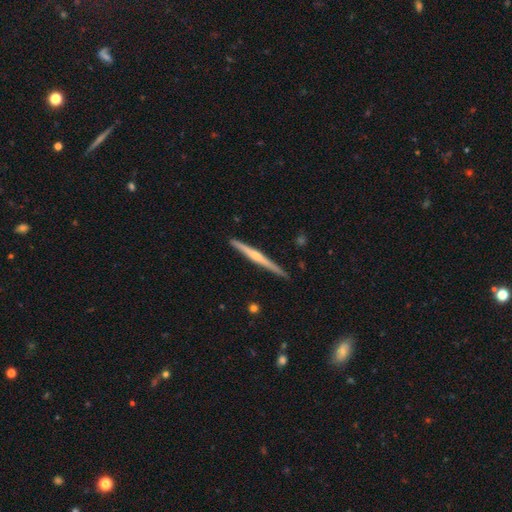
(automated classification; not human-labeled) Smooth or featured?
  - featured or disk: 73% *
  - smooth: 22%
  - star or artifact: 5%
Edge-on disk?
  - yes: 98% *
  - no: 2%
Edge-on bulge?
  - rounded: 76% *
  - none: 18%
  - boxy: 6%
Merging?
  - none: 91% *
  - minor disturbance: 7%
  - major disturbance: 1%
  - merger: 1%